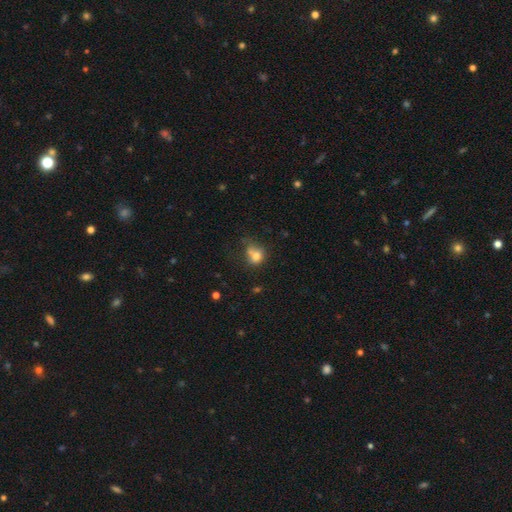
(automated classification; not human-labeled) The model was most divided on "merging": none: 35%, merger: 29%, minor disturbance: 22%, major disturbance: 14%. More confident: smooth or featured — smooth (74%); how rounded — round (60%).